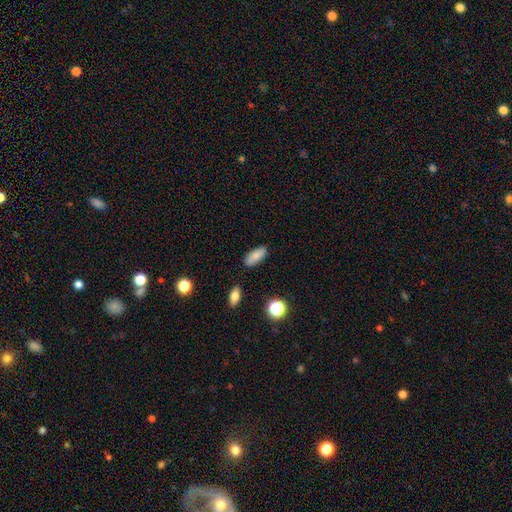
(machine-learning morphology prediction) Overall: smooth (80%). How rounded: in between (79%). Merging: none (84%).